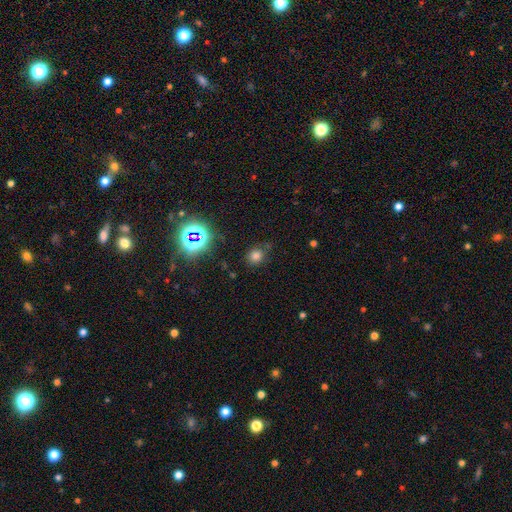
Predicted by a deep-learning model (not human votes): Smooth or featured? smooth (70%)
How rounded? round (77%)
Merging? none (75%)